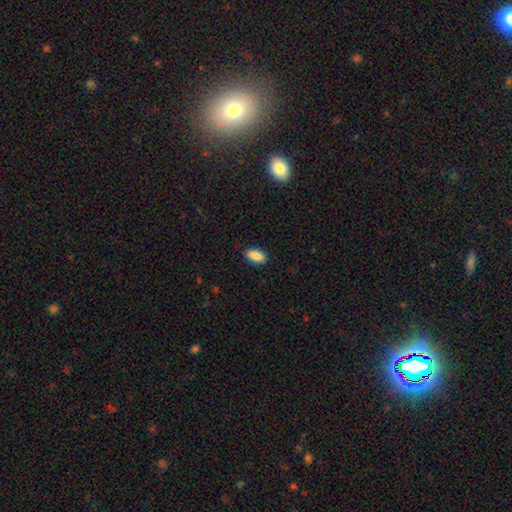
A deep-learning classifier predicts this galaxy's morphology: Overall: smooth (89%). How rounded: in between (91%). Merging: none (89%).